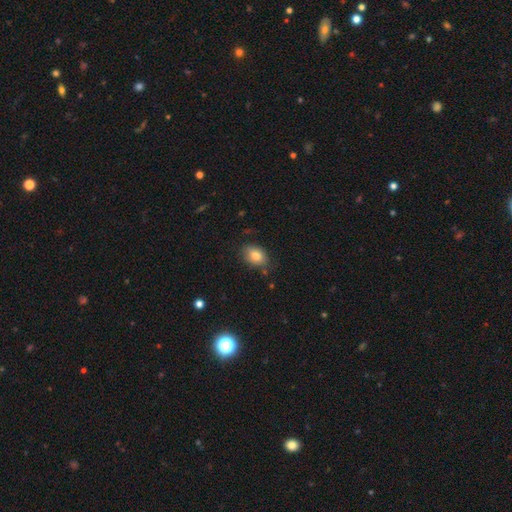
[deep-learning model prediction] The model was most divided on "merging": none: 77%, minor disturbance: 17%, major disturbance: 3%, merger: 2%. More confident: how rounded — in between (82%); smooth or featured — smooth (81%).